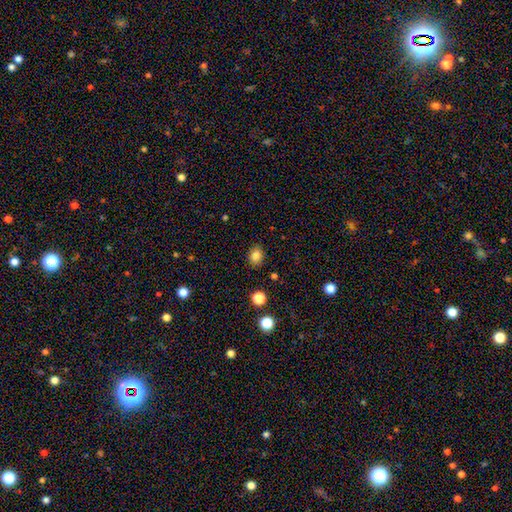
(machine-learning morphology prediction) This appears to be a smooth galaxy with no disk features (84%) that is in between round and cigar-shaped (56%). Merging: none (86%).